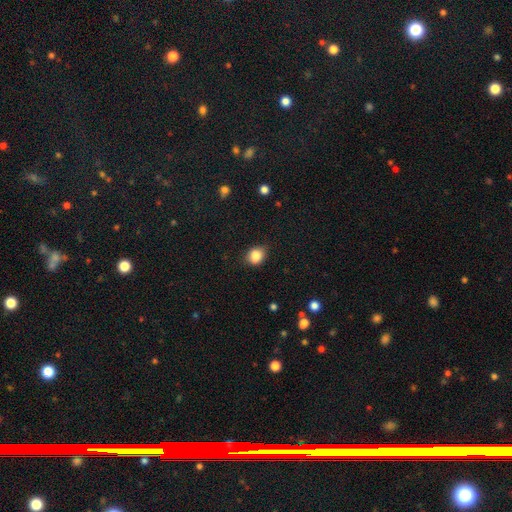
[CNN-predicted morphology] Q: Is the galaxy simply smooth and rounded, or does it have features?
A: smooth — 86%.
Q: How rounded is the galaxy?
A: round — 52%.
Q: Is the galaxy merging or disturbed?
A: none — 75%.